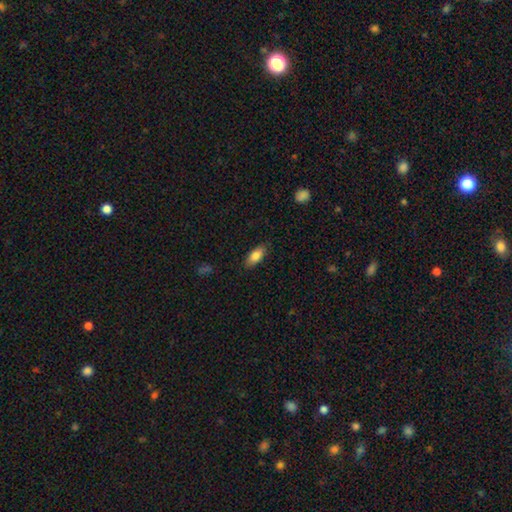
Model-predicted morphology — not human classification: This is clearly a smooth galaxy (83%). How rounded: clearly in between (84%). Merging: clearly none (86%).